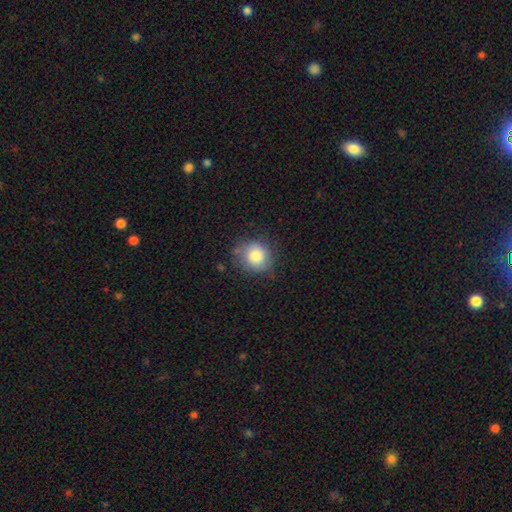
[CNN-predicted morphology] A smooth galaxy with no disk features (83%) that is round (85%). Merging: none (74%).